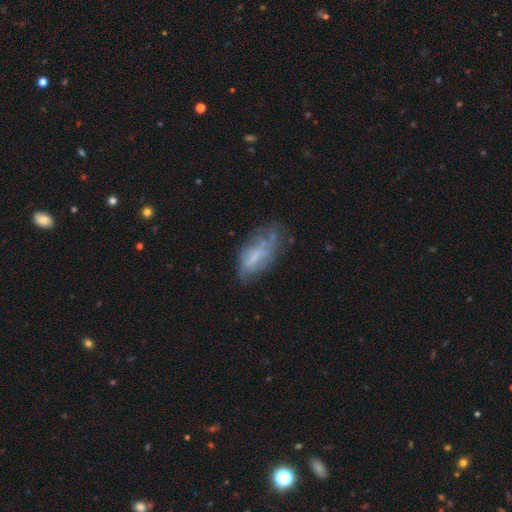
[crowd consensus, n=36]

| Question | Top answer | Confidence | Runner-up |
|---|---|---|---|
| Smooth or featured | featured or disk | 69% | smooth (28%) |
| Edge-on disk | no | 80% | yes (20%) |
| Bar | no | 45% | weak (40%) |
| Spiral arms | no | 65% | yes (35%) |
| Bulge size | none | 65% | small (30%) |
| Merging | none | 69% | minor disturbance (17%) |